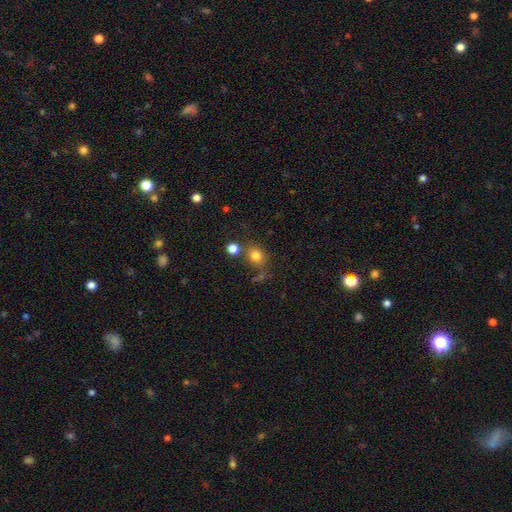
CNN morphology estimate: smooth-or-featured: smooth: 79% | star or artifact: 13% | featured or disk: 8%
  how-rounded: round: 75% | in between: 24% | cigar-shaped: 1%
  merging: none: 66% | merger: 15% | minor disturbance: 13% | major disturbance: 7%